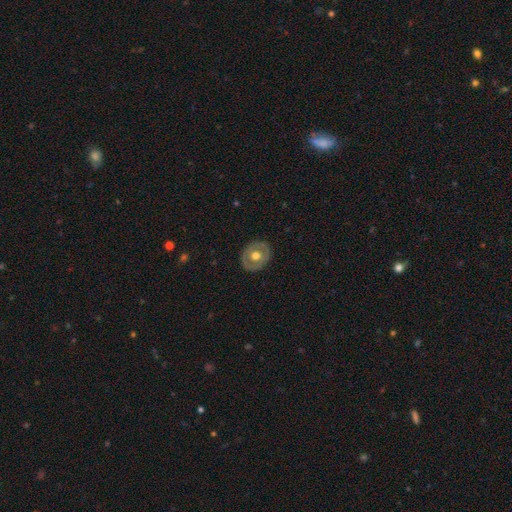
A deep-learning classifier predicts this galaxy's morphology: Overall: featured or disk (49%; smooth 45%). Merging: none (85%).